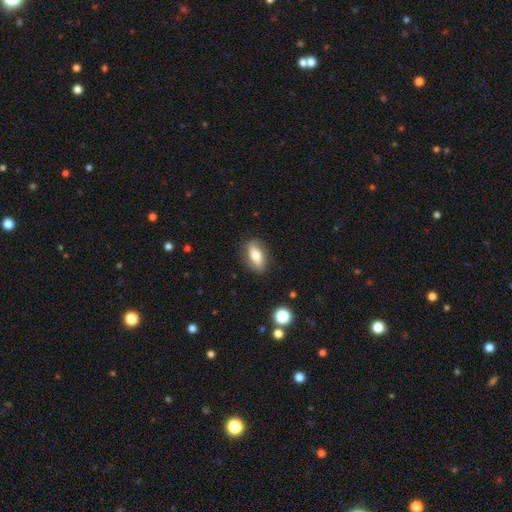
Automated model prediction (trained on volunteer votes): smooth 66%, featured or disk 27%, star or artifact 8%. Down the decision tree: how rounded — in between (79%); merging — none (85%).